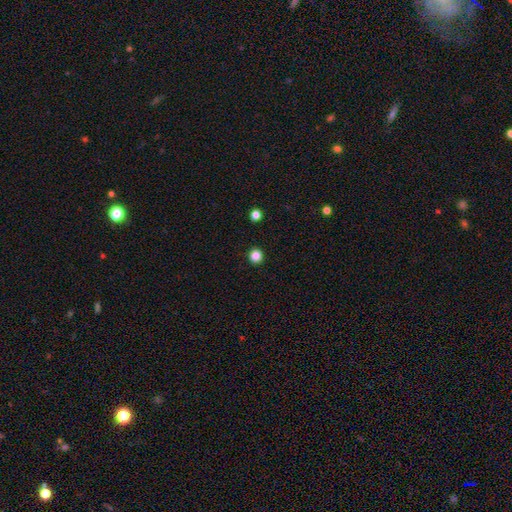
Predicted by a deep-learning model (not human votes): Smooth or featured?
  - smooth: 85% *
  - star or artifact: 12%
  - featured or disk: 3%
How rounded?
  - round: 93% *
  - in between: 6%
  - cigar-shaped: 1%
Merging?
  - none: 93% *
  - minor disturbance: 4%
  - major disturbance: 1%
  - merger: 1%